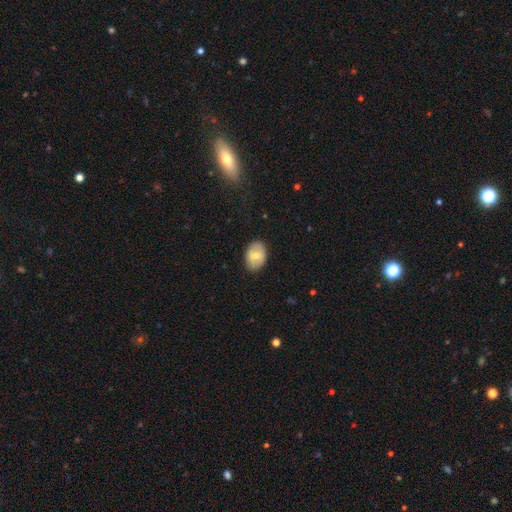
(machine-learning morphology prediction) Q: Smooth or featured?
A: smooth (65%); runner-up: featured or disk (29%)
Q: How rounded?
A: in between (80%); runner-up: round (19%)
Q: Merging?
A: none (86%); runner-up: minor disturbance (11%)